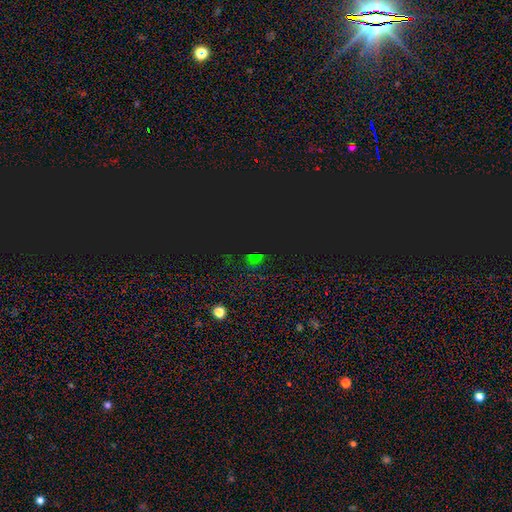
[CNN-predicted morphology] A star or artifact, not a galaxy (74%).

Vote fractions:
- Smooth or featured? star or artifact: 74% / smooth: 19% / featured or disk: 7%